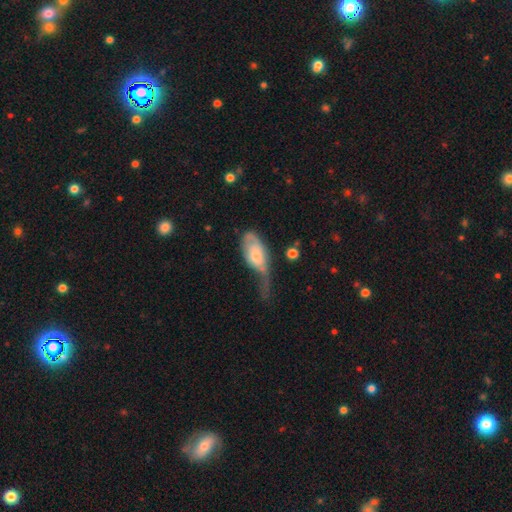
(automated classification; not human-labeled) Q: Smooth or featured?
A: smooth (58%); runner-up: featured or disk (36%)
Q: How rounded?
A: in between (89%); runner-up: cigar-shaped (6%)
Q: Merging?
A: major disturbance (48%); runner-up: minor disturbance (29%)